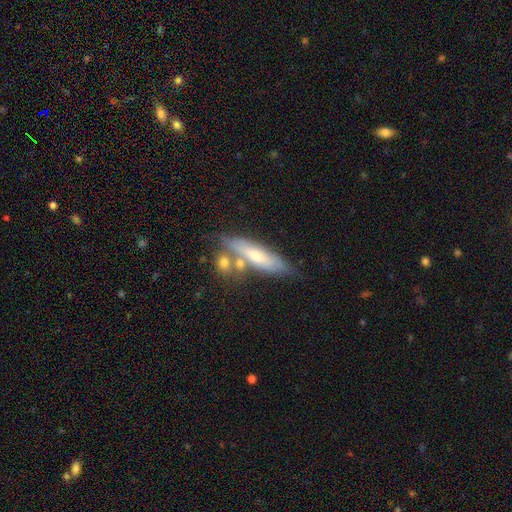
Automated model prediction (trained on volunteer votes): This appears to be a smooth galaxy with no disk features (51%) that is cigar-shaped (66%). Merging: none (57%).